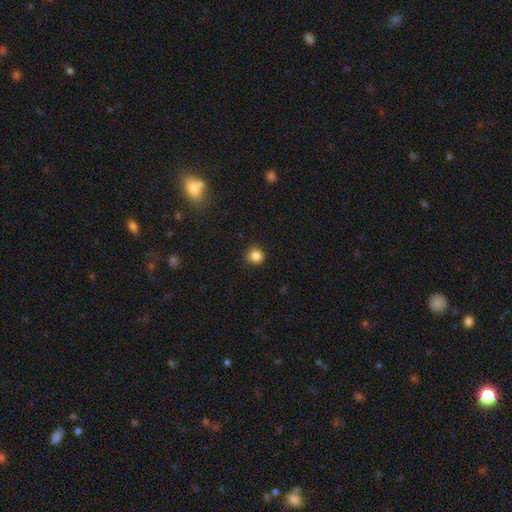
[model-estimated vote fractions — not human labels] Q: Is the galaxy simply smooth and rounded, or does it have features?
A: smooth — 84%.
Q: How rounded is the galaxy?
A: round — 91%.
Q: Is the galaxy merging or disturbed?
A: none — 89%.